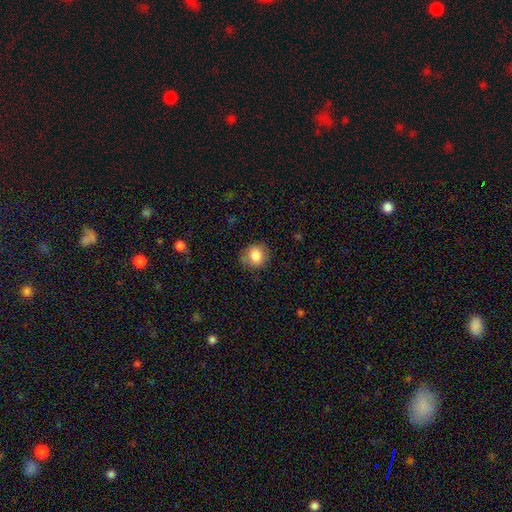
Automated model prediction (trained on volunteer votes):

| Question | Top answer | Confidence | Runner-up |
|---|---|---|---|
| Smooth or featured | smooth | 81% | featured or disk (10%) |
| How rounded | round | 80% | in between (19%) |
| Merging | none | 82% | minor disturbance (13%) |